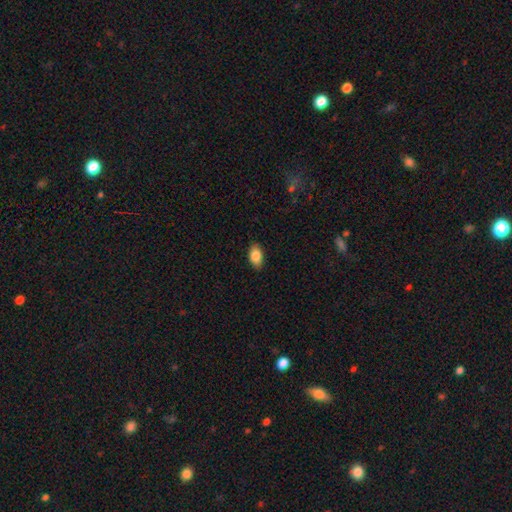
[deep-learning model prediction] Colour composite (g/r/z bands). It shows a smooth galaxy with no disk features (86%) that is in between round and cigar-shaped (90%). Merging: none (86%).